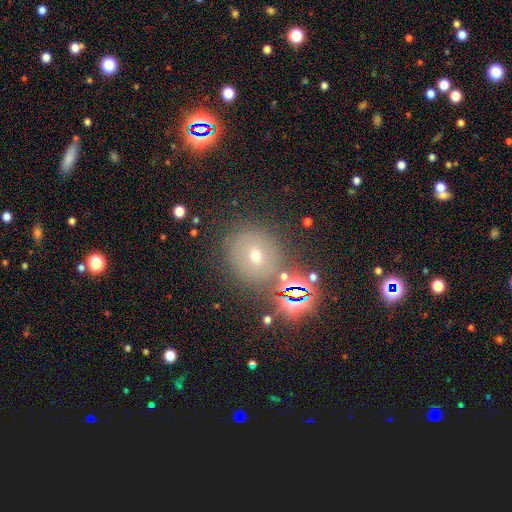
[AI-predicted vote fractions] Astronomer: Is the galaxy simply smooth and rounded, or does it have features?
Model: smooth — 53%.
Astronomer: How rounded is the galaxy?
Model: round — 81%.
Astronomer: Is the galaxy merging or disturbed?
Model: none — 77%.